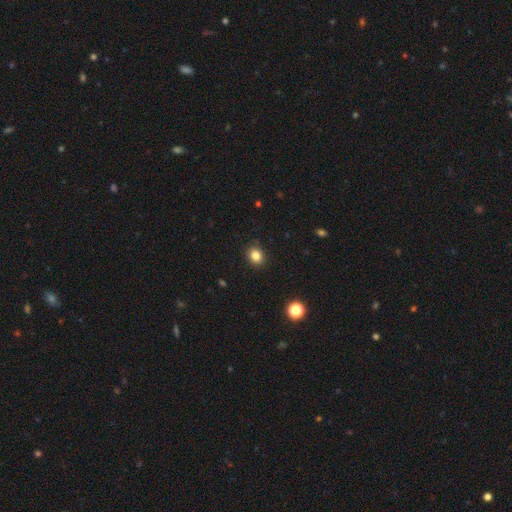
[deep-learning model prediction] Smooth or featured? smooth (83%)
How rounded? round (67%)
Merging? none (89%)